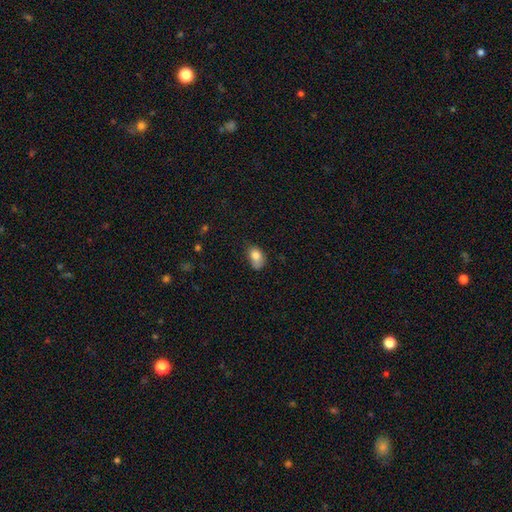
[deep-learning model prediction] This appears to be a smooth galaxy with no disk features (80%) that is in between round and cigar-shaped (79%). Merging: none (45%).